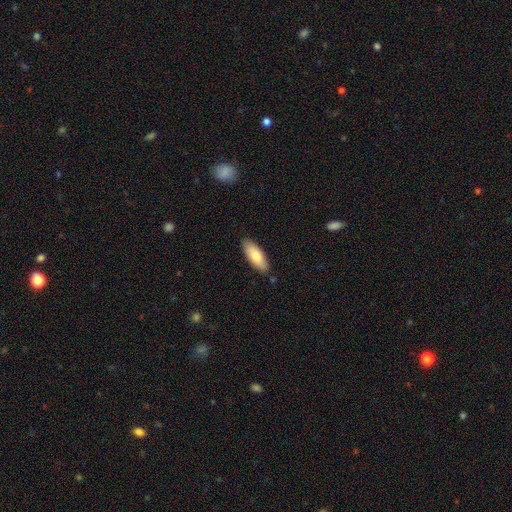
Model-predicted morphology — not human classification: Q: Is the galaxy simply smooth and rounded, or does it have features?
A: smooth — 79%.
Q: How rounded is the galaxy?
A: in between — 75%.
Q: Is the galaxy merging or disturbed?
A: none — 86%.